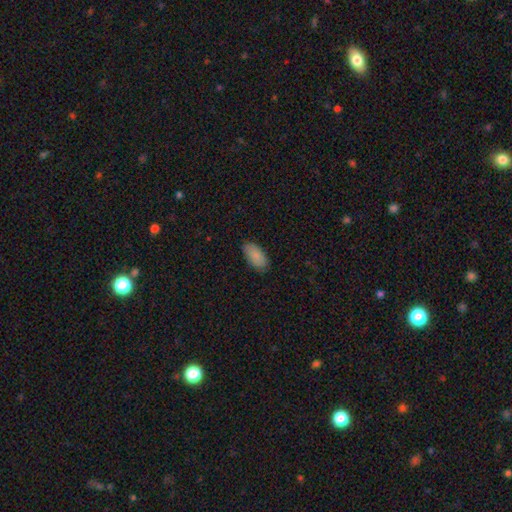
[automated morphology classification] Overall: smooth (88%). How rounded: in between (93%). Merging: none (82%).